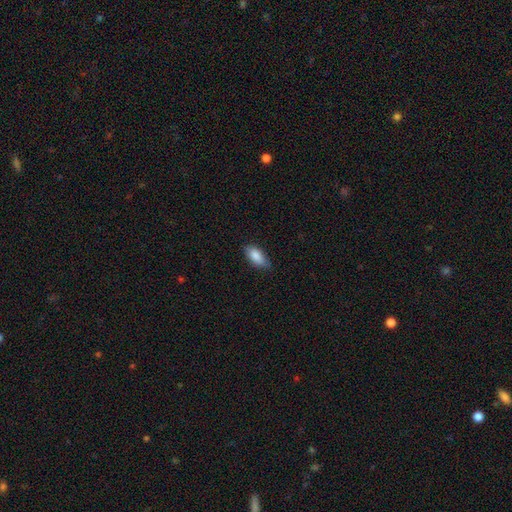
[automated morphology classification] smooth 85%, featured or disk 8%, star or artifact 7%. Down the decision tree: how rounded — in between (87%); merging — none (75%).